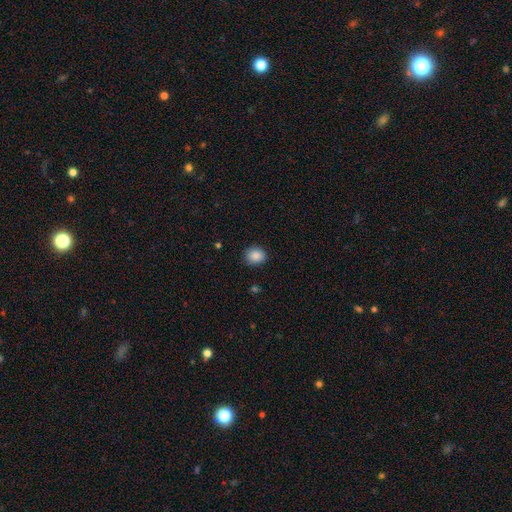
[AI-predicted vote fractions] Smooth or featured? Predicted: smooth (p=0.88). How rounded? Predicted: round (p=0.70). Merging? Predicted: none (p=0.86).